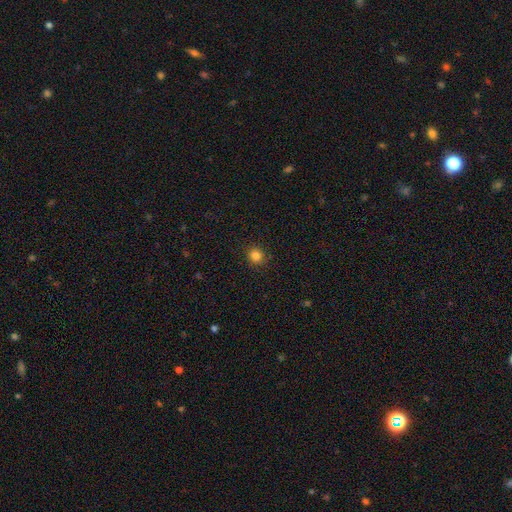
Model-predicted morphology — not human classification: A smooth galaxy with no disk features (83%) that is round (90%).

Vote fractions:
- Smooth or featured? smooth: 83% / star or artifact: 13% / featured or disk: 4%
- How rounded? round: 90% / in between: 9% / cigar-shaped: 1%
- Merging? none: 90% / minor disturbance: 7% / major disturbance: 2% / merger: 1%